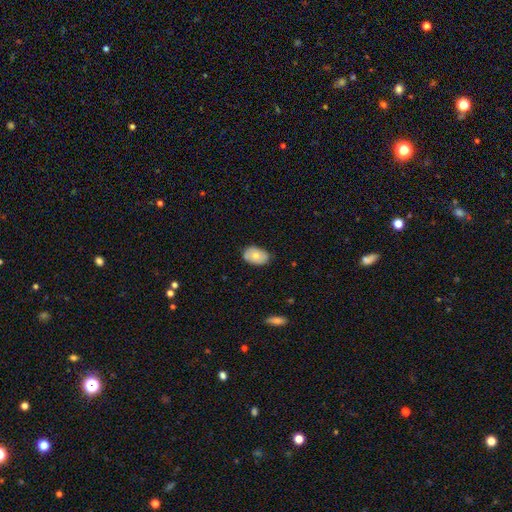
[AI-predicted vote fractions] This appears to be a smooth galaxy with no disk features (68%) that is in between round and cigar-shaped (87%). Merging: none (78%).